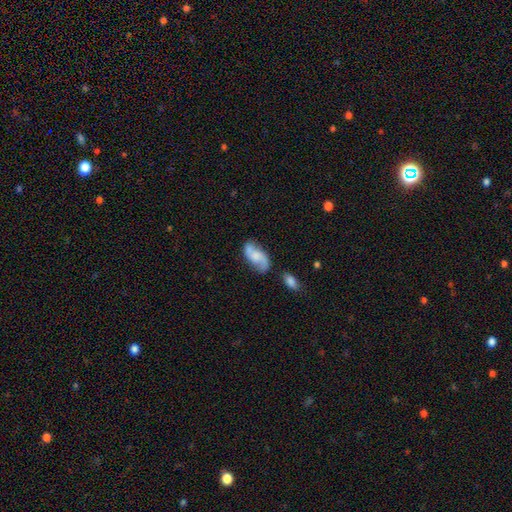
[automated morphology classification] Smooth or featured?
  - featured or disk: 64% *
  - smooth: 30%
  - star or artifact: 7%
Edge-on disk?
  - no: 95% *
  - yes: 5%
Bar?
  - no: 58% *
  - weak: 35%
  - strong: 7%
Spiral arms?
  - yes: 93% *
  - no: 7%
Spiral winding?
  - loose: 59% *
  - medium: 31%
  - tight: 10%
Spiral arm count?
  - 2: 91% *
  - can't tell: 4%
  - 1: 2%
  - 3: 1%
  - 4: 1%
  - more than 4: 1%
Bulge size?
  - none: 30% * (tied)
  - moderate: 30% * (tied)
  - small: 27%
  - large: 10%
  - dominant: 2%
Merging?
  - none: 69% *
  - minor disturbance: 19%
  - merger: 6%
  - major disturbance: 6%